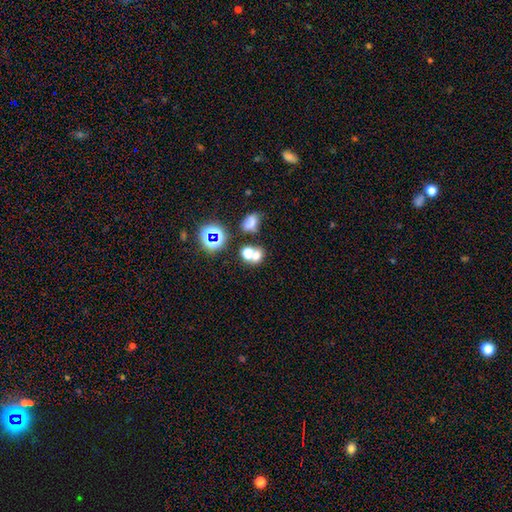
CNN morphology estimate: Overall: smooth (61%; star or artifact 26%). How rounded: round (61%; in between 38%). Merging: merger (45%; none 41%).